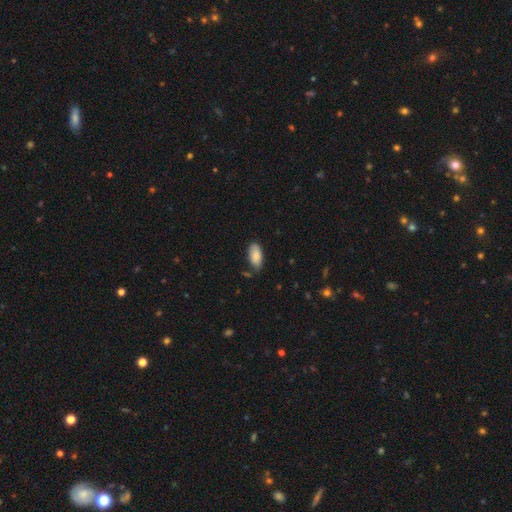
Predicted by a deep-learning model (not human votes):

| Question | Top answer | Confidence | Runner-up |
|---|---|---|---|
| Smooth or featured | smooth | 83% | featured or disk (10%) |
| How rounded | in between | 93% | cigar-shaped (5%) |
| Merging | none | 67% | minor disturbance (25%) |